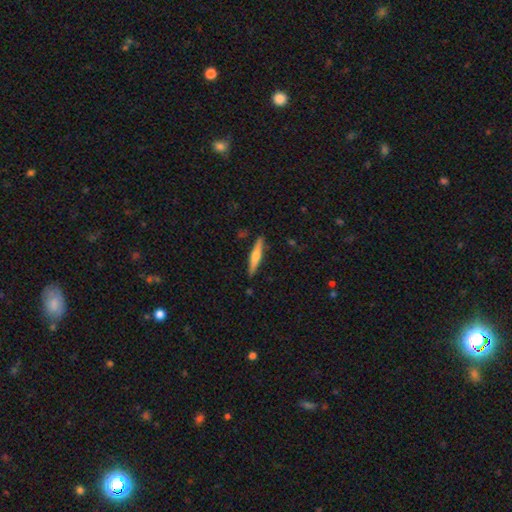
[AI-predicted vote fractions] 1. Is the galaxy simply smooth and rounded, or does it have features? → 51% smooth, 44% featured or disk, 5% star or artifact.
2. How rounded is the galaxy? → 90% cigar-shaped, 9% in between, 2% round.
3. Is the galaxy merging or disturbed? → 89% none, 8% minor disturbance, 2% major disturbance, 1% merger.